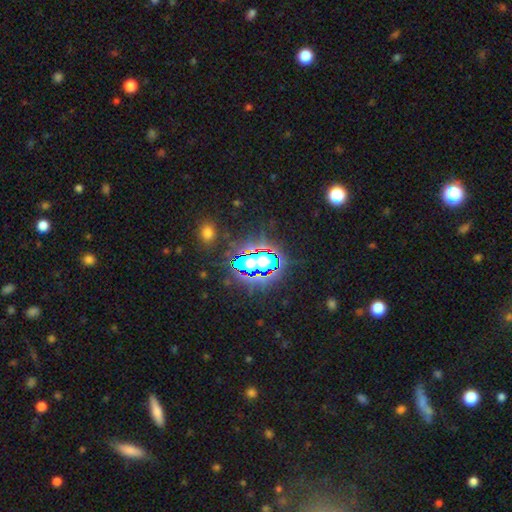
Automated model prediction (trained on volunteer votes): Smooth or featured: star or artifact — 71% (smooth — 17%)